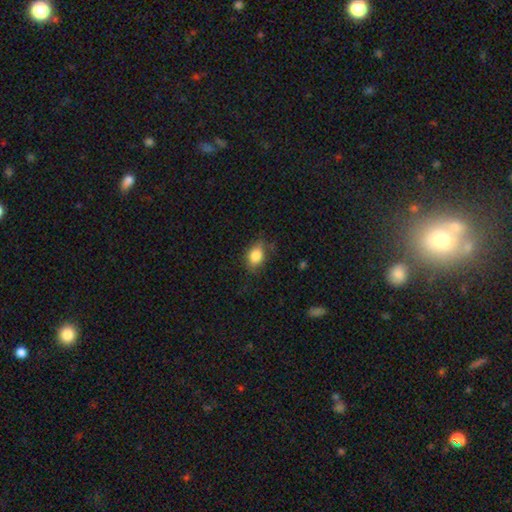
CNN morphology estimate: This is clearly a smooth galaxy (83%). How rounded: likely in between (71%). Merging: likely none (70%).